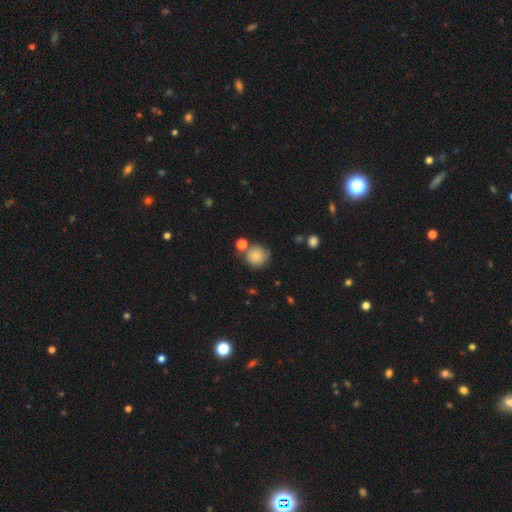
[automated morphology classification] A smooth galaxy with no disk features (78%) that is round (90%). Merging: none (63%).